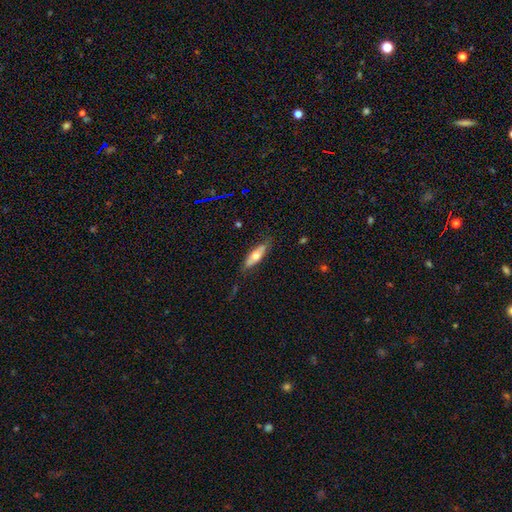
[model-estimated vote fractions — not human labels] A smooth galaxy with no disk features (57%) that is in between round and cigar-shaped (56%). Merging: none (79%).